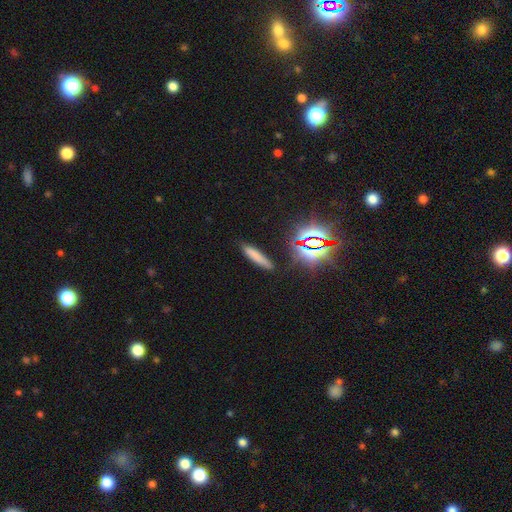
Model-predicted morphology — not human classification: smooth-or-featured: smooth: 71% | star or artifact: 17% | featured or disk: 12%
  how-rounded: cigar-shaped: 88% | in between: 10% | round: 2%
  merging: none: 86% | minor disturbance: 10% | major disturbance: 3% | merger: 2%